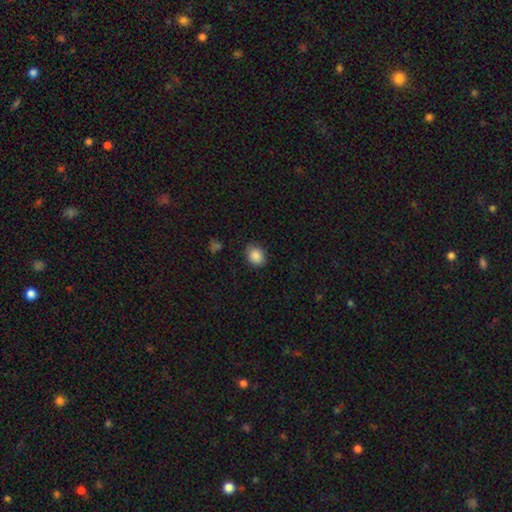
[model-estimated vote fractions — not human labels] This appears to be a smooth galaxy with no disk features (88%) that is round (58%). Merging: none (82%).